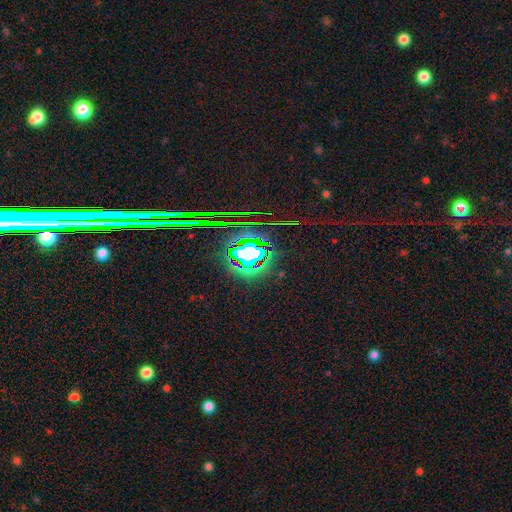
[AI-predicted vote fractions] Overall: star or artifact (79%).